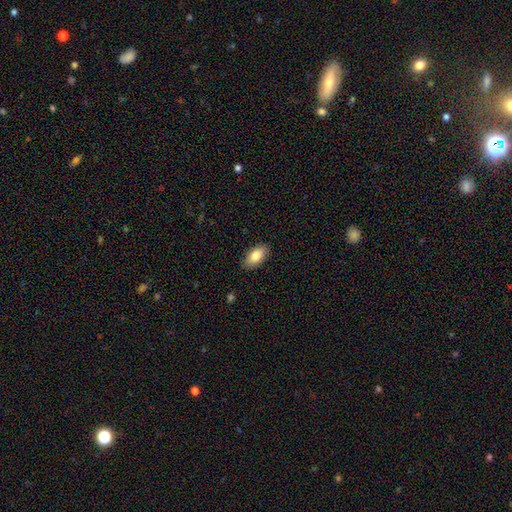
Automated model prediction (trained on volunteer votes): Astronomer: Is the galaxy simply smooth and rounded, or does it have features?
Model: smooth — 82%.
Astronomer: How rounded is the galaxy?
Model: in between — 92%.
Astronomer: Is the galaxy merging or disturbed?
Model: none — 89%.